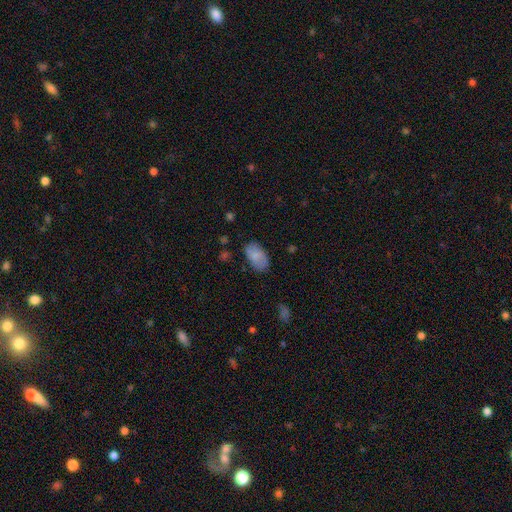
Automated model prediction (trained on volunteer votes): Overall: smooth (81%). How rounded: in between (94%). Merging: none (78%).